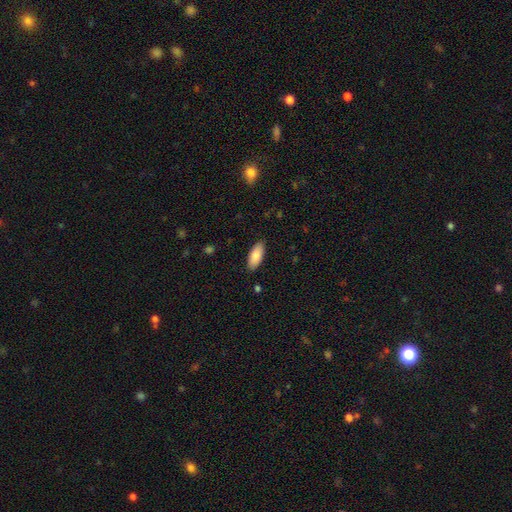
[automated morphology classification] Smooth or featured? Predicted: smooth (p=0.85). How rounded? Predicted: in between (p=0.85). Merging? Predicted: none (p=0.88).